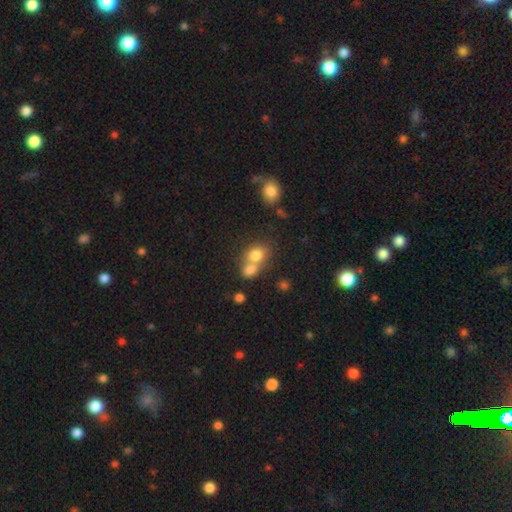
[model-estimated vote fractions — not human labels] Overall: smooth (78%). How rounded: round (56%; in between 43%). Merging: merger (54%; none 35%).